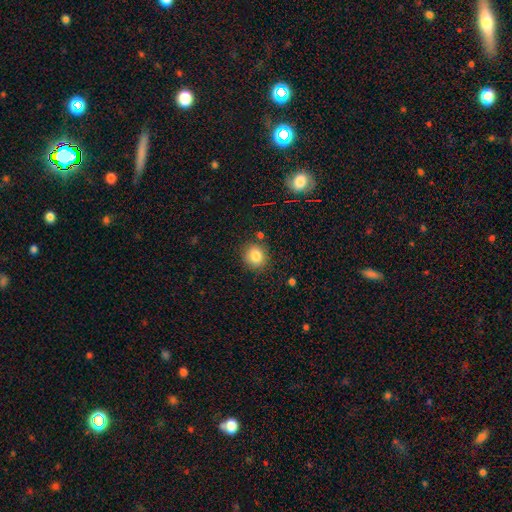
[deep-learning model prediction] Overall: smooth (83%). How rounded: round (83%). Merging: none (85%).